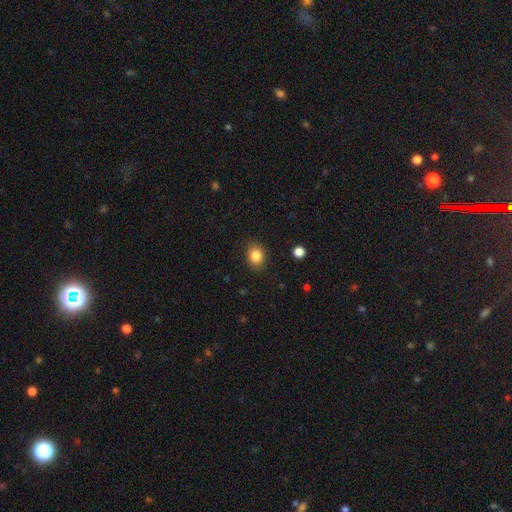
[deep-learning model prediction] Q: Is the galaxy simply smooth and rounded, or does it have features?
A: smooth — 85%.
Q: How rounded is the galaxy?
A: round — 56%.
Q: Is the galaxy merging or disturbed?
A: none — 86%.